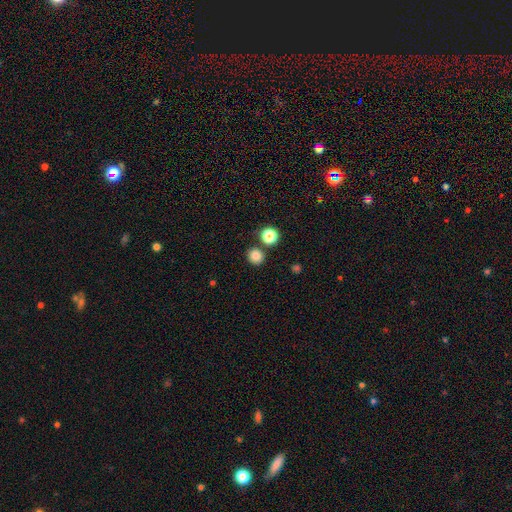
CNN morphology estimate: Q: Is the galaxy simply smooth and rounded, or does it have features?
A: smooth — 83%.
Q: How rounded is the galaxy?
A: round — 91%.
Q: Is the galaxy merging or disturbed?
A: none — 82%.